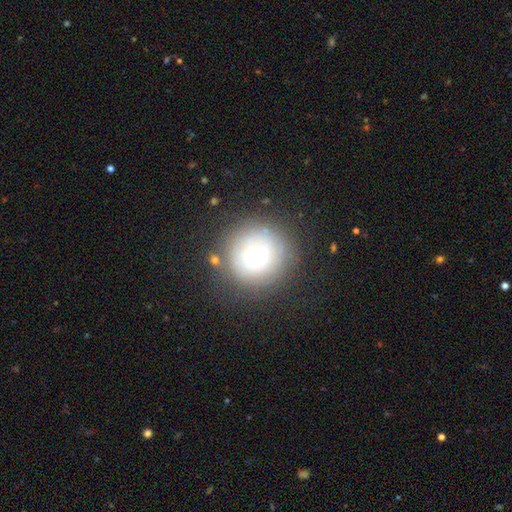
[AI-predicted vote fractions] A smooth galaxy with no disk features (63%) that is round (95%). Merging: none (79%).